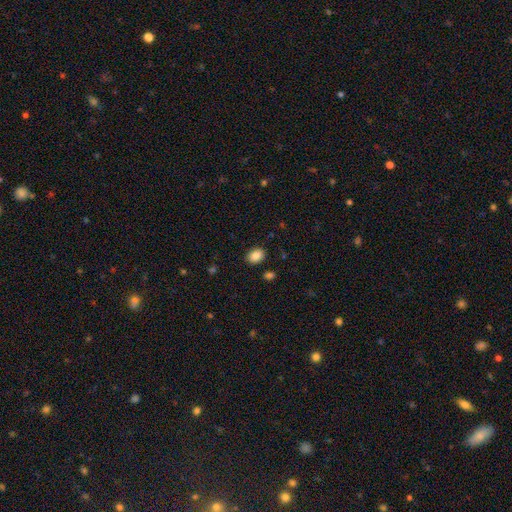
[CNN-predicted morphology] This is clearly a smooth galaxy (87%). How rounded: likely in between (65%). Merging: clearly none (87%).